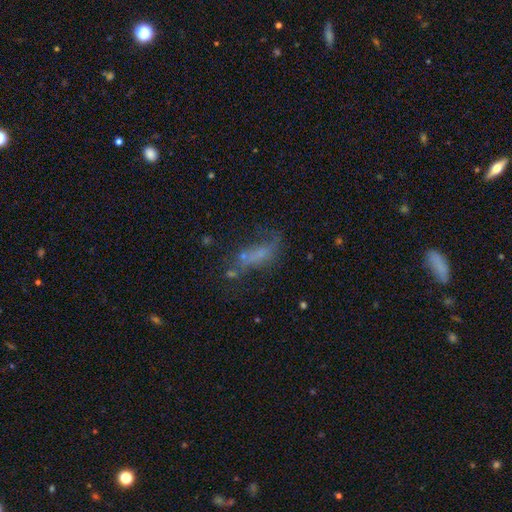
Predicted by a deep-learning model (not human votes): This appears to be a smooth galaxy with no disk features (42%). Merging: none (34%).